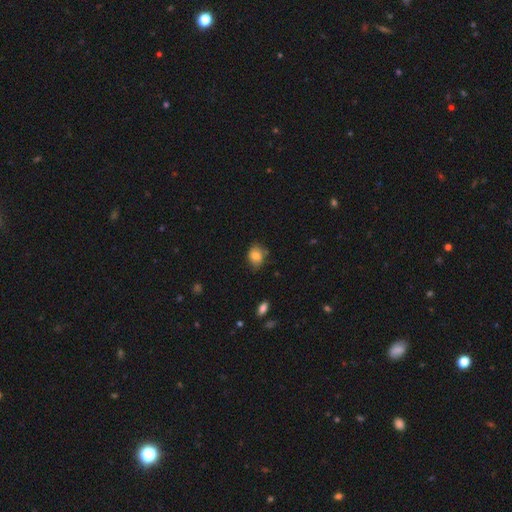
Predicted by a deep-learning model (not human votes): smooth-or-featured: smooth: 77% | featured or disk: 14% | star or artifact: 9%
  how-rounded: in between: 55% | round: 44% | cigar-shaped: 1%
  merging: none: 64% | minor disturbance: 28% | major disturbance: 6% | merger: 3%